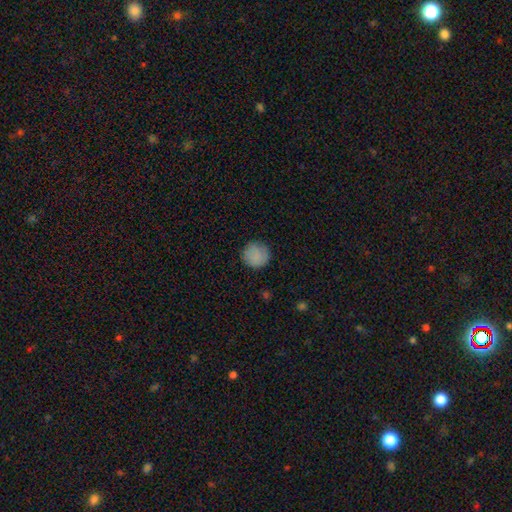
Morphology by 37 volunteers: smooth_or_featured: smooth (p=0.92) [alt: featured or disk p=0.05]
how_rounded: round (p=1.00)
merging: none (p=0.86) [alt: minor disturbance p=0.08]